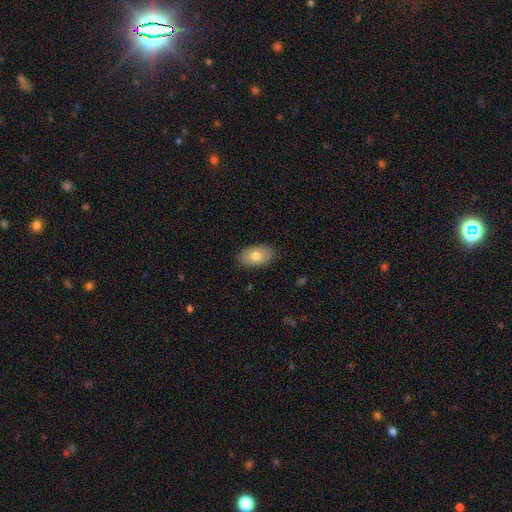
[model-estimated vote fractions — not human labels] Smooth or featured? Predicted: smooth (p=0.76). How rounded? Predicted: in between (p=0.92). Merging? Predicted: none (p=0.87).